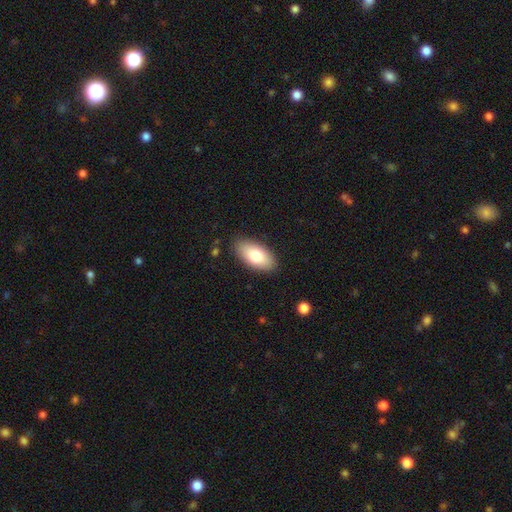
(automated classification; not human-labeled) A smooth galaxy with no disk features (77%) that is in between round and cigar-shaped (93%).

Vote fractions:
- Smooth or featured? smooth: 77% / featured or disk: 17% / star or artifact: 6%
- How rounded? in between: 93% / cigar-shaped: 4% / round: 3%
- Merging? none: 86% / minor disturbance: 10% / major disturbance: 2% / merger: 1%